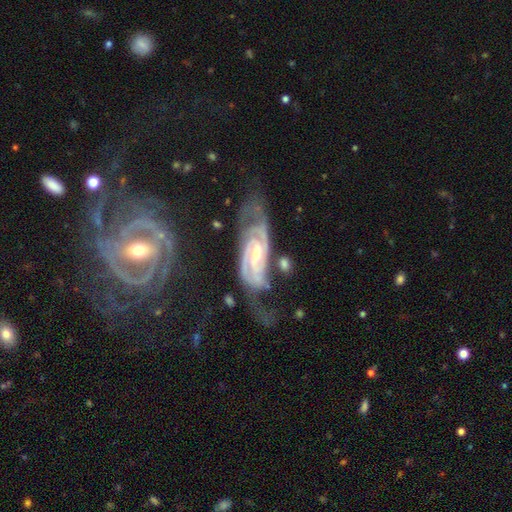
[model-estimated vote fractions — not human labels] Q: Smooth or featured?
A: featured or disk (90%); runner-up: star or artifact (6%)
Q: Edge-on disk?
A: no (94%); runner-up: yes (6%)
Q: Bar?
A: weak (43%); runner-up: no (30%)
Q: Spiral arms?
A: yes (98%); runner-up: no (2%)
Q: Spiral winding?
A: tight (63%); runner-up: medium (31%)
Q: Spiral arm count?
A: 2 (72%); runner-up: 3 (11%)
Q: Bulge size?
A: small (57%); runner-up: moderate (38%)
Q: Merging?
A: none (56%); runner-up: minor disturbance (23%)